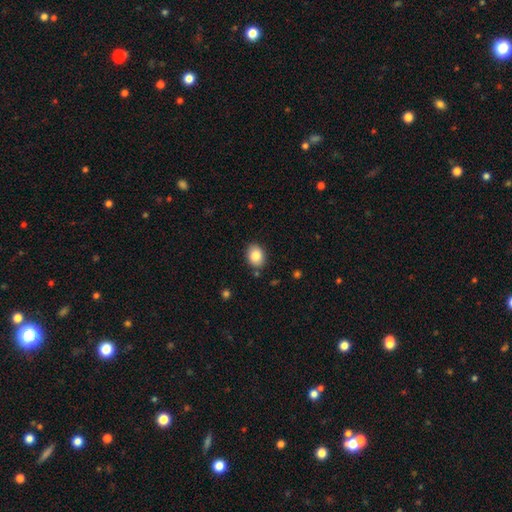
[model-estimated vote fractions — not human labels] Q: Smooth or featured?
A: smooth (85%); runner-up: star or artifact (8%)
Q: How rounded?
A: in between (60%); runner-up: round (39%)
Q: Merging?
A: none (85%); runner-up: minor disturbance (10%)